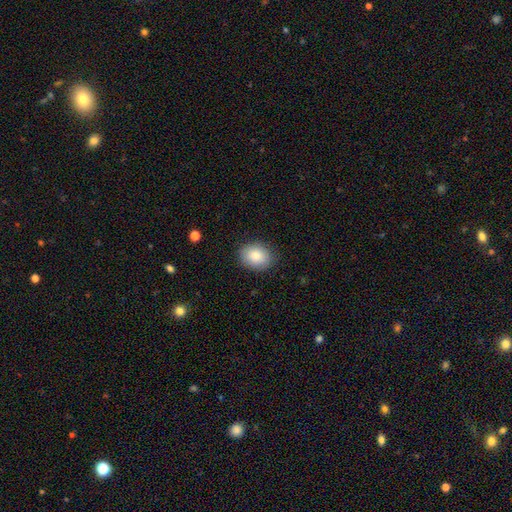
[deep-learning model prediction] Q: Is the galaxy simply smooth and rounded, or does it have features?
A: smooth — 84%.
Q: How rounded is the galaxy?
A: in between — 57%.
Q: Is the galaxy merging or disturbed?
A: none — 86%.